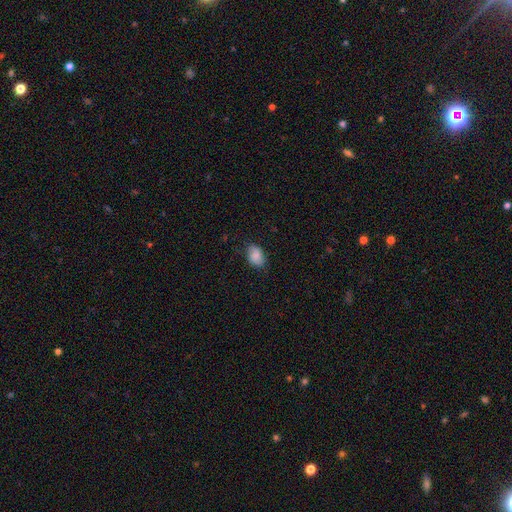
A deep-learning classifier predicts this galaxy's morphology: A smooth galaxy with no disk features (86%) that is in between round and cigar-shaped (80%). Merging: none (76%).